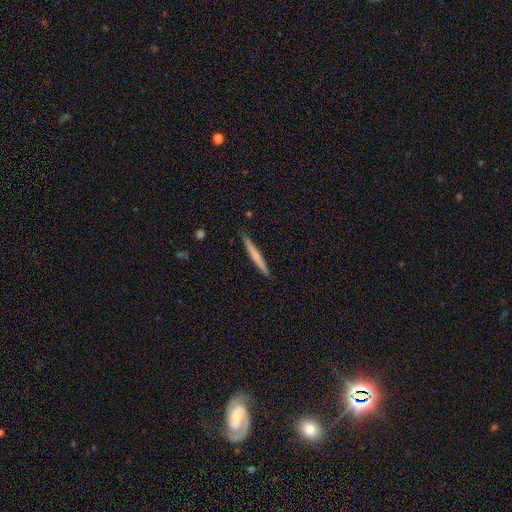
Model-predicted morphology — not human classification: This appears to be a smooth galaxy with no disk features (59%) that is cigar-shaped (97%). Merging: none (91%).